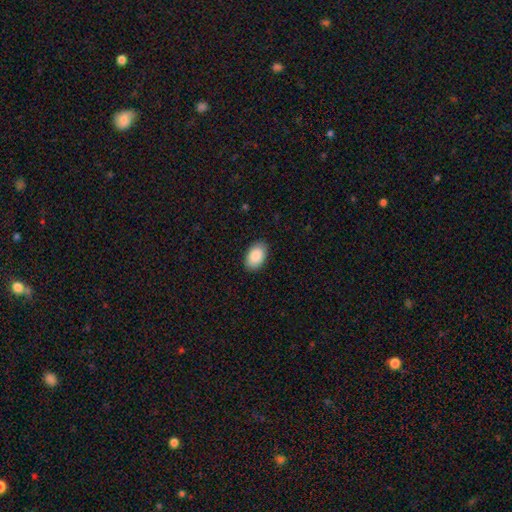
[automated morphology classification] Smooth or featured? Predicted: smooth (p=0.90). How rounded? Predicted: in between (p=0.92). Merging? Predicted: none (p=0.89).